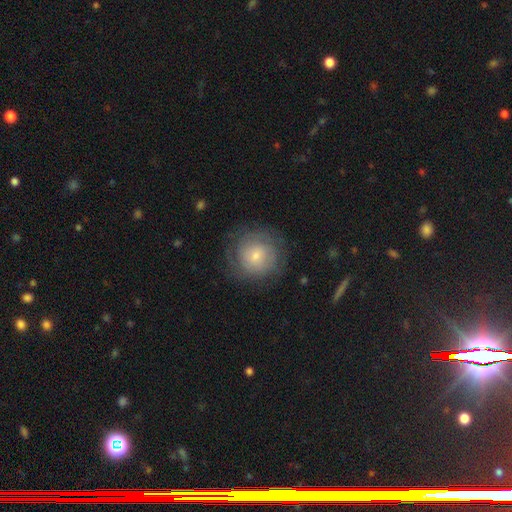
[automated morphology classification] Overall: featured or disk (46%; smooth 45%). Merging: none (77%).